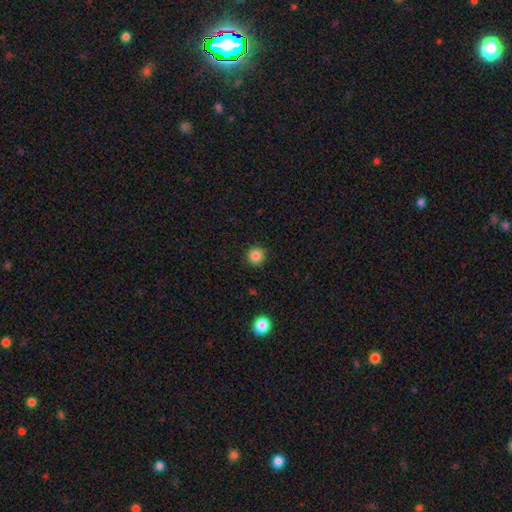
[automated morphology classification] Smooth or featured?
  - smooth: 85% *
  - star or artifact: 11%
  - featured or disk: 4%
How rounded?
  - round: 95% *
  - in between: 4%
  - cigar-shaped: 1%
Merging?
  - none: 91% *
  - minor disturbance: 6%
  - major disturbance: 2%
  - merger: 1%